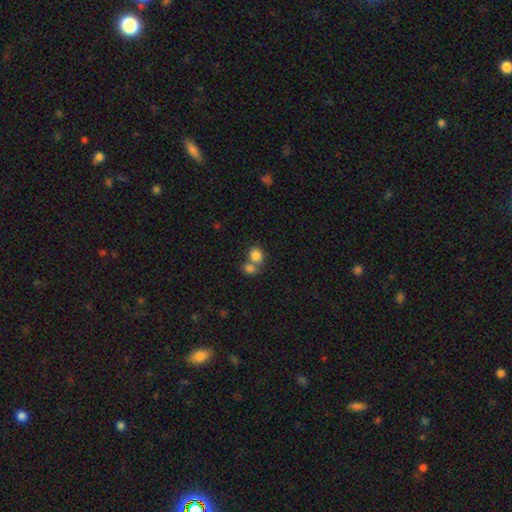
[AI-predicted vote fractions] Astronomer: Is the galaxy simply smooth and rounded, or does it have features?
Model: smooth — 83%.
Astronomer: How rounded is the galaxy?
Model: round — 62%.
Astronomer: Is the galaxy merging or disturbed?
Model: merger — 55% (runner-up: none, 34%).